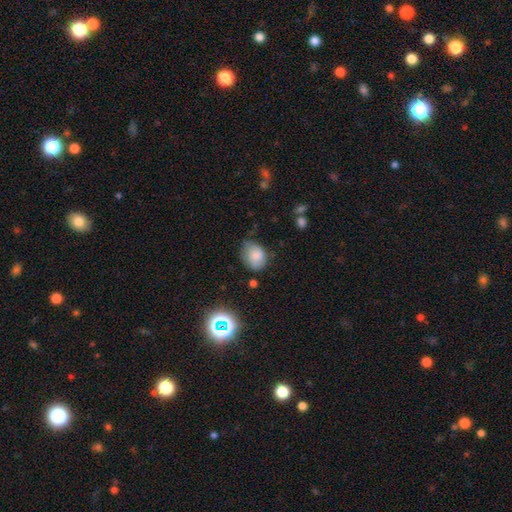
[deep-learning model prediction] This appears to be a smooth galaxy with no disk features (76%) that is in between round and cigar-shaped (61%). Merging: none (57%).